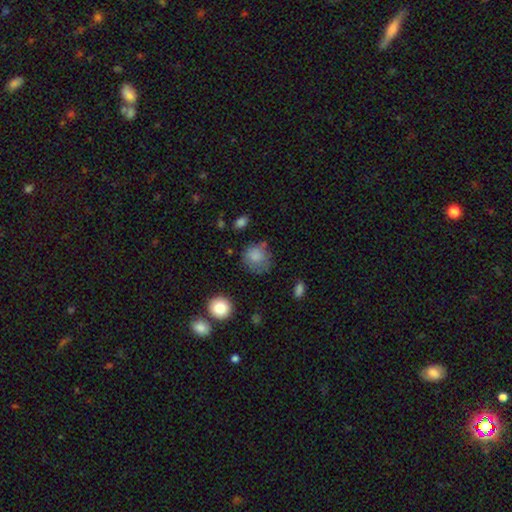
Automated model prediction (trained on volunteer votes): Smooth or featured? Predicted: smooth (p=0.82). How rounded? Predicted: round (p=0.83). Merging? Predicted: none (p=0.62).